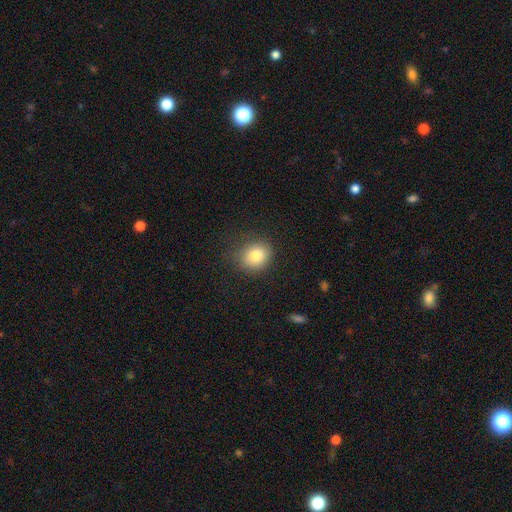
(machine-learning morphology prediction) A smooth galaxy with no disk features (82%) that is round (75%). Merging: none (82%).